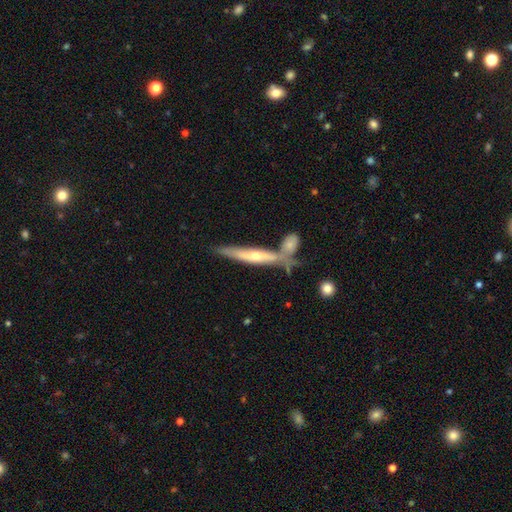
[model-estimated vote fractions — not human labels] Q: Smooth or featured?
A: featured or disk (61%); runner-up: smooth (33%)
Q: Edge-on disk?
A: yes (88%); runner-up: no (12%)
Q: Edge-on bulge?
A: rounded (73%); runner-up: none (22%)
Q: Merging?
A: none (55%); runner-up: merger (27%)